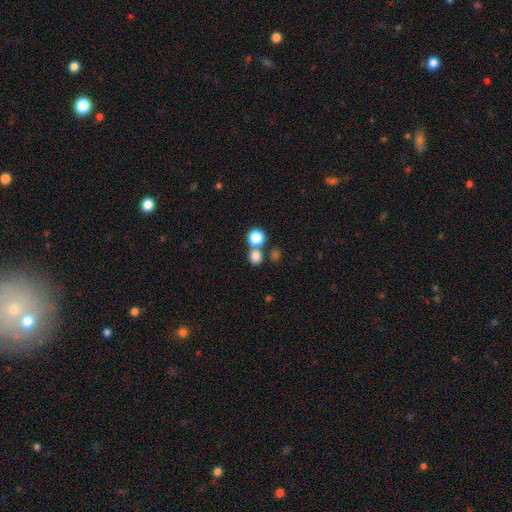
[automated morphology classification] A smooth galaxy with no disk features (80%) that is round (79%).

Vote fractions:
- Smooth or featured? smooth: 80% / star or artifact: 14% / featured or disk: 6%
- How rounded? round: 79% / in between: 20% / cigar-shaped: 1%
- Merging? none: 57% / merger: 32% / minor disturbance: 7% / major disturbance: 4%